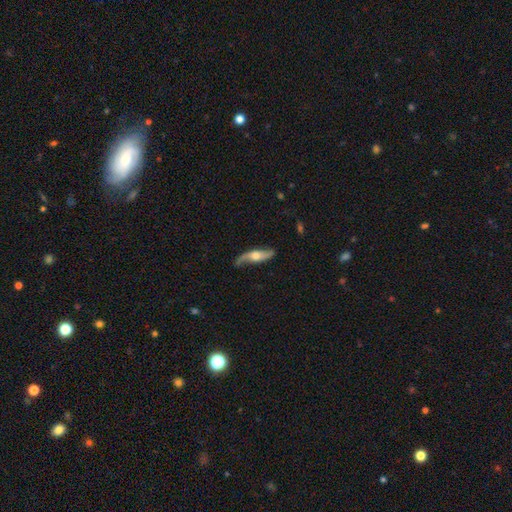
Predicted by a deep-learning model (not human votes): Smooth or featured? Predicted: featured or disk (p=0.72). Edge-on disk? Predicted: no (p=0.68). Merging? Predicted: none (p=0.66).